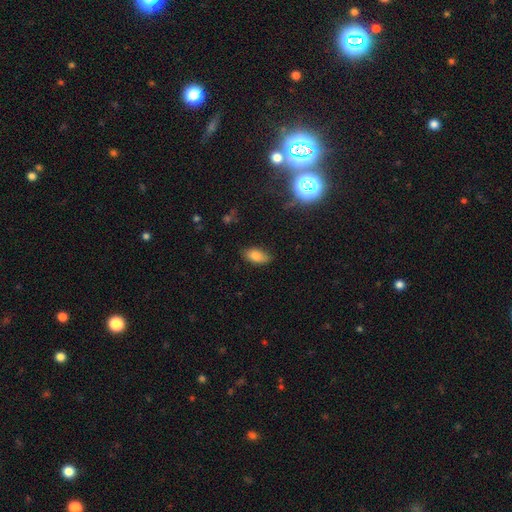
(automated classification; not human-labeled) This appears to be a smooth galaxy with no disk features (82%) that is in between round and cigar-shaped (90%). Merging: none (80%).